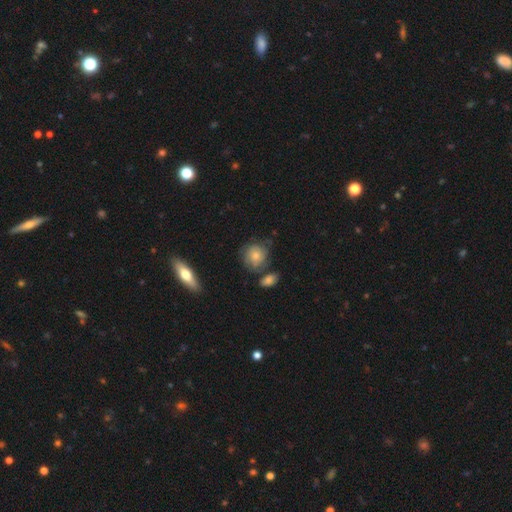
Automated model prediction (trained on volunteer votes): smooth 65%, featured or disk 27%, star or artifact 8%. Down the decision tree: how rounded — round (80%); merging — none (58%).